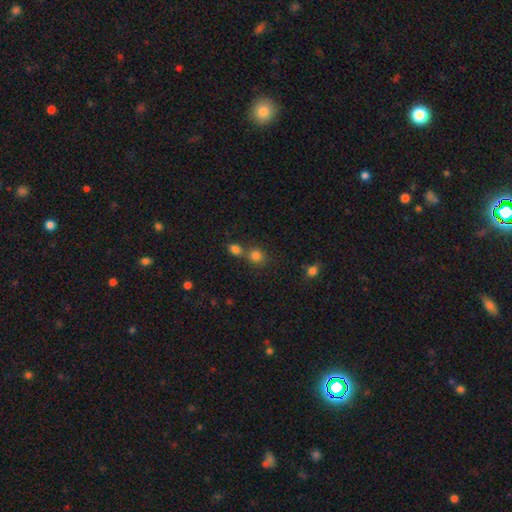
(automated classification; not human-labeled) smooth 80%, star or artifact 13%, featured or disk 6%. Down the decision tree: how rounded — round (74%); merging — none (53%).